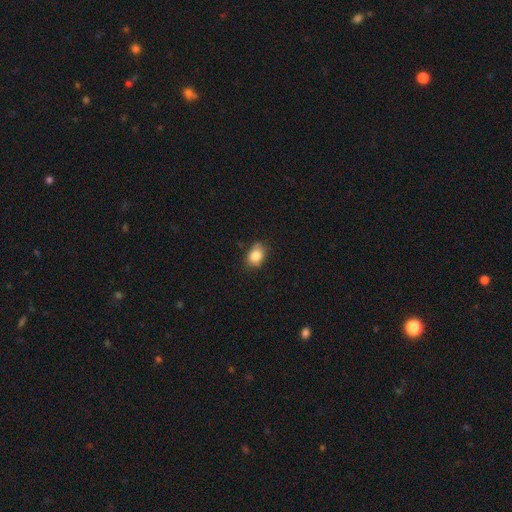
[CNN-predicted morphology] Smooth or featured? Predicted: smooth (p=0.83). How rounded? Predicted: in between (p=0.70). Merging? Predicted: none (p=0.73).